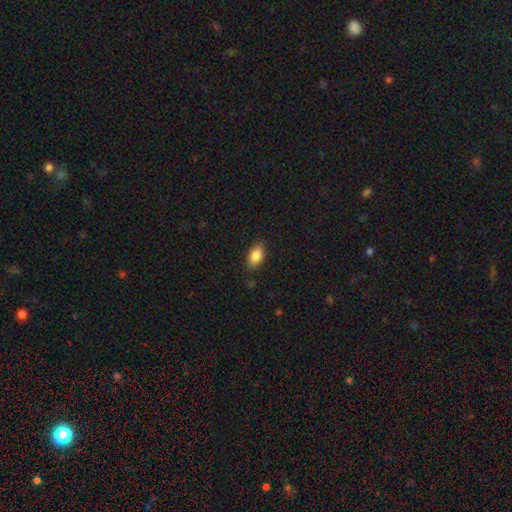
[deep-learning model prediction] Q: Smooth or featured?
A: smooth (85%); runner-up: featured or disk (8%)
Q: How rounded?
A: in between (91%); runner-up: round (5%)
Q: Merging?
A: none (86%); runner-up: minor disturbance (11%)